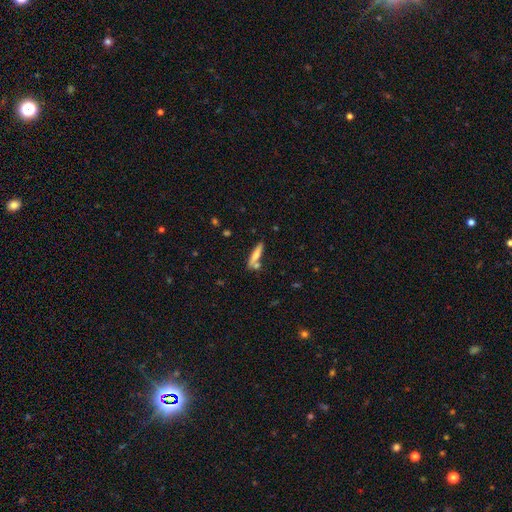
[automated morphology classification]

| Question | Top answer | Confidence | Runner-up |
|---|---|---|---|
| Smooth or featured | smooth | 66% | featured or disk (27%) |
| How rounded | cigar-shaped | 83% | in between (15%) |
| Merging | none | 67% | merger (16%) |